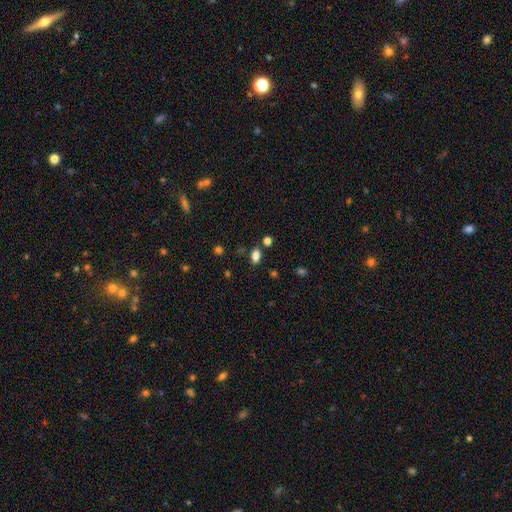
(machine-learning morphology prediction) smooth-or-featured: smooth: 82% | star or artifact: 12% | featured or disk: 6%
  how-rounded: in between: 88% | round: 7% | cigar-shaped: 5%
  merging: none: 80% | minor disturbance: 11% | merger: 6% | major disturbance: 3%